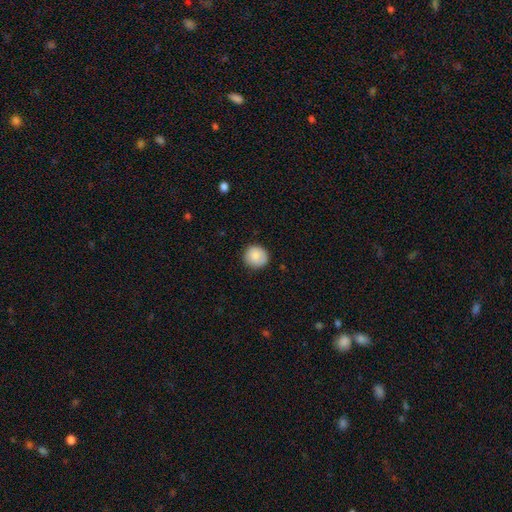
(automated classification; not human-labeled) This is clearly a smooth galaxy (86%). How rounded: clearly round (92%). Merging: clearly none (88%).